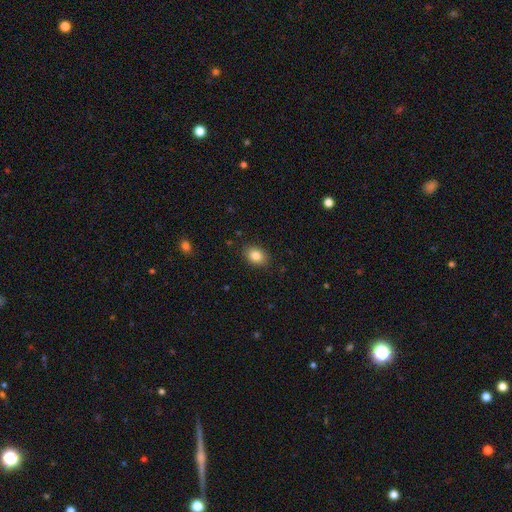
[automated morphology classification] smooth 85%, star or artifact 9%, featured or disk 6%. Down the decision tree: how rounded — in between (69%); merging — none (87%).